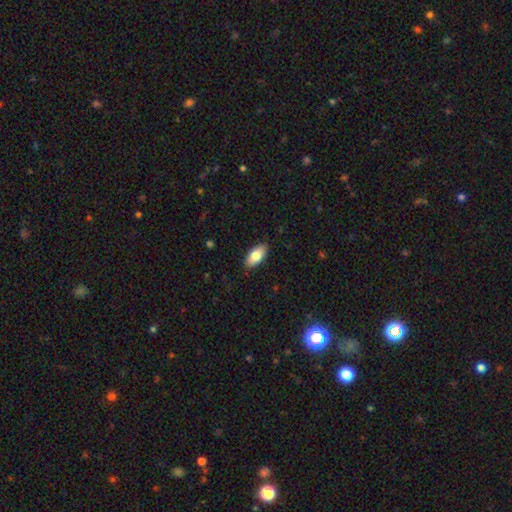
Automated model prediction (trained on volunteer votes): This is clearly a smooth galaxy (80%). How rounded: clearly in between (92%). Merging: clearly none (88%).